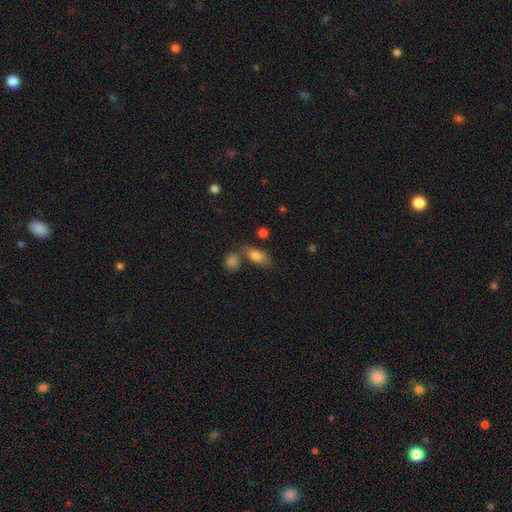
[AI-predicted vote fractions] Smooth or featured: smooth — 79% (featured or disk — 12%)
How rounded: in between — 86% (round — 8%)
Merging: none — 57% (merger — 21%)